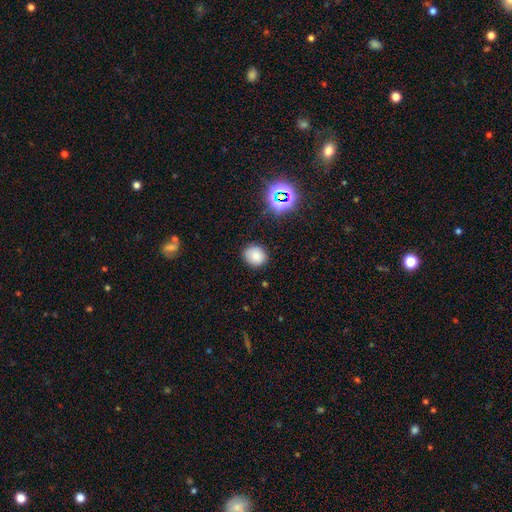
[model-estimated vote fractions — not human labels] Morphology: type=smooth (78%); roundness=round (78%); merging=none (86%).